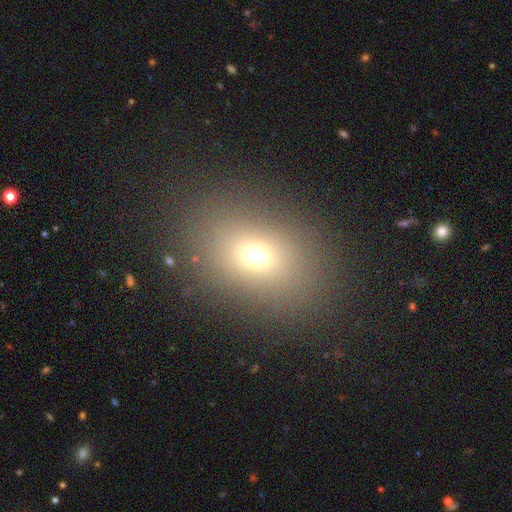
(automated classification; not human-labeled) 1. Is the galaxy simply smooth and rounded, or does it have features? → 68% smooth, 21% star or artifact, 11% featured or disk.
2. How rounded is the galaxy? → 59% in between, 39% round, 1% cigar-shaped.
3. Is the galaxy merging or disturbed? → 84% none, 8% minor disturbance, 6% major disturbance, 2% merger.